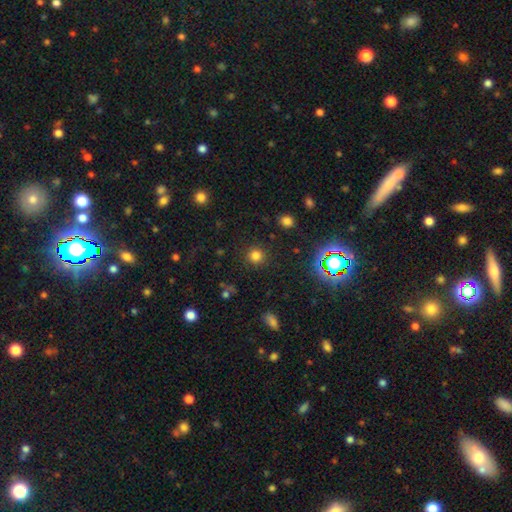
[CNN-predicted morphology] The model was most divided on "smooth or featured": smooth: 76%, star or artifact: 19%, featured or disk: 5%. More confident: how rounded — round (93%); merging — none (89%).